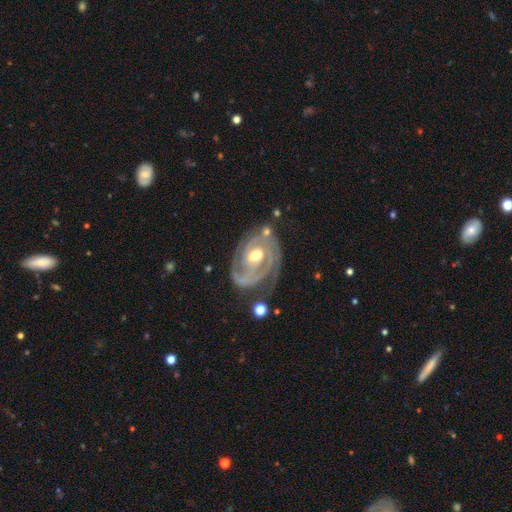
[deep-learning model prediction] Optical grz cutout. It shows a featured or disk galaxy (91%) with no bar (44%), 2 (58%) tight (66%) spiral arms (96%) and a moderate central bulge (70%). Merging: none (63%).